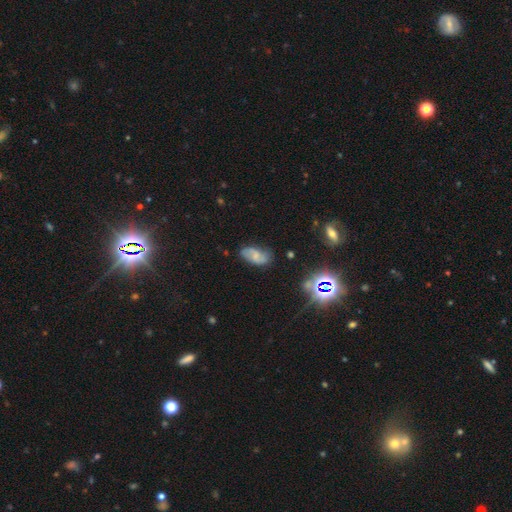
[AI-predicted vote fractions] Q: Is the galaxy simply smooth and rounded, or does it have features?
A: featured or disk — 49%.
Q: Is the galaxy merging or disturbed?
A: none — 65%.